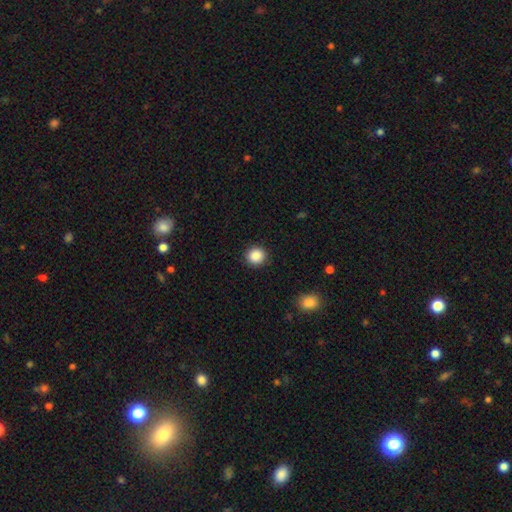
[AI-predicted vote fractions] Smooth or featured? Predicted: smooth (p=0.88). How rounded? Predicted: round (p=0.90). Merging? Predicted: none (p=0.91).